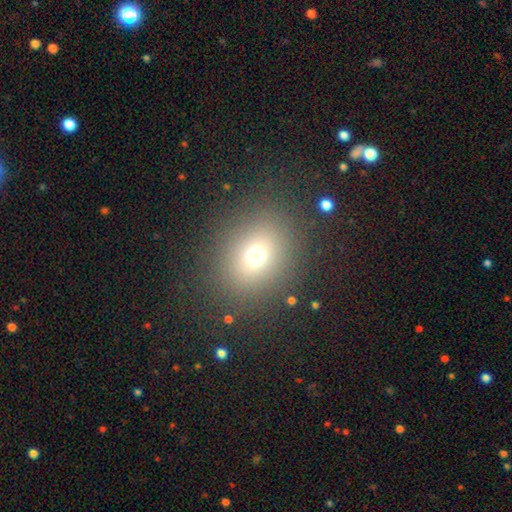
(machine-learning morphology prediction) smooth_or_featured: smooth (p=0.69) [alt: star or artifact p=0.19]
how_rounded: round (p=0.62) [alt: in between p=0.37]
merging: none (p=0.84) [alt: minor disturbance p=0.08]